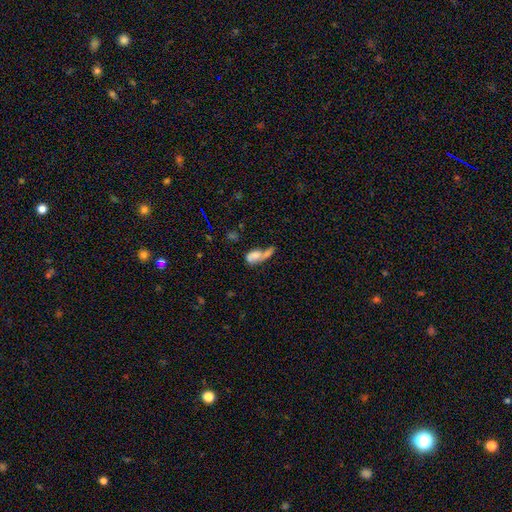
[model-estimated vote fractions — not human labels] Smooth or featured? smooth (58%)
How rounded? in between (79%)
Merging? merger (51%)